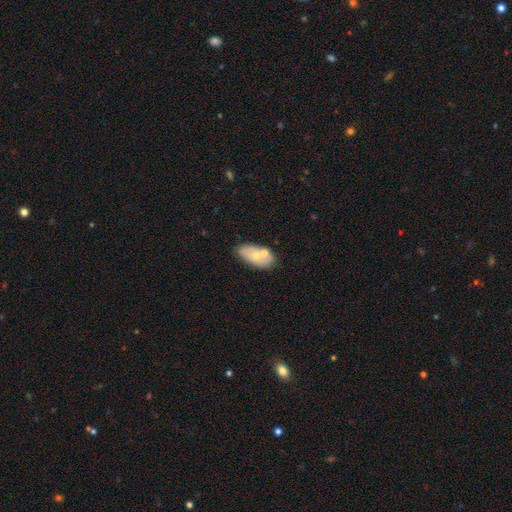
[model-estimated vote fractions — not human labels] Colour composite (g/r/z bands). It shows a smooth galaxy with no disk features (56%) that is in between round and cigar-shaped (91%). Merging: none (57%).